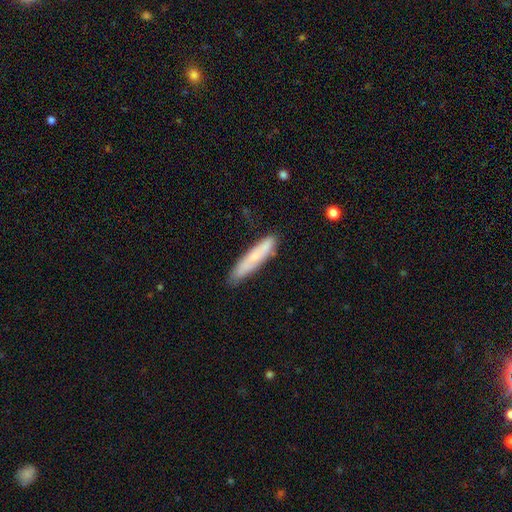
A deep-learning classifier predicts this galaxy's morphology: A smooth galaxy with no disk features (63%) that is cigar-shaped (87%). Merging: none (79%).